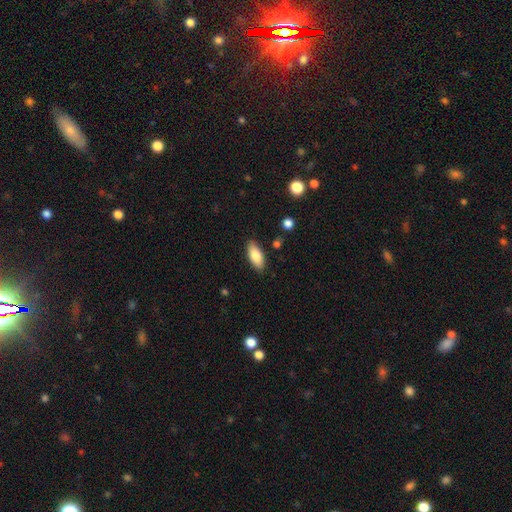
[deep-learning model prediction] A smooth galaxy with no disk features (80%) that is in between round and cigar-shaped (85%).

Vote fractions:
- Smooth or featured? smooth: 80% / featured or disk: 13% / star or artifact: 7%
- How rounded? in between: 85% / cigar-shaped: 13% / round: 2%
- Merging? none: 87% / minor disturbance: 10% / major disturbance: 2% / merger: 2%